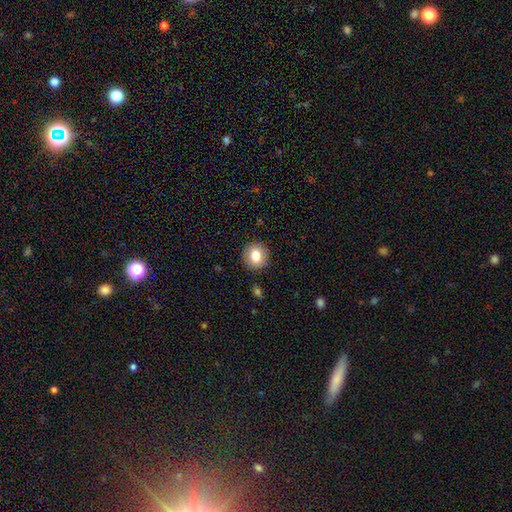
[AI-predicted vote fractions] A smooth galaxy with no disk features (81%) that is round (88%). Merging: none (91%).